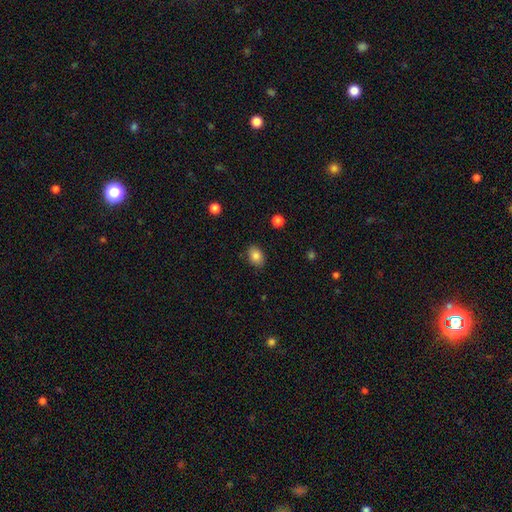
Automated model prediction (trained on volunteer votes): smooth_or_featured: smooth (p=0.84) [alt: star or artifact p=0.09]
how_rounded: in between (p=0.73) [alt: round p=0.26]
merging: none (p=0.86) [alt: minor disturbance p=0.10]